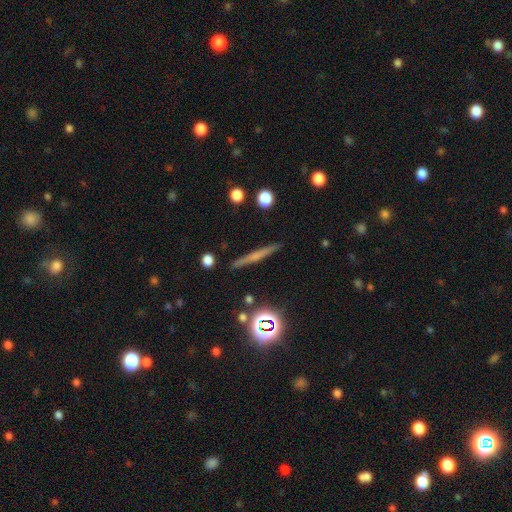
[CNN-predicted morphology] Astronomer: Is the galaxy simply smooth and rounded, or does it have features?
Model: featured or disk — 46% (runner-up: smooth, 42%).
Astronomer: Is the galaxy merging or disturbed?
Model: none — 90%.